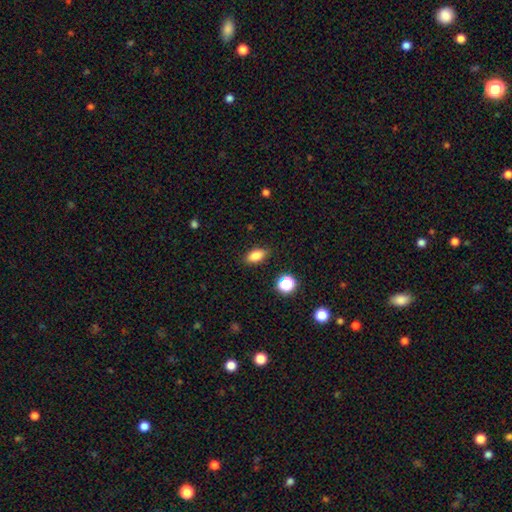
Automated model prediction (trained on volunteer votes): smooth 82%, star or artifact 11%, featured or disk 7%. Down the decision tree: how rounded — in between (84%); merging — none (86%).